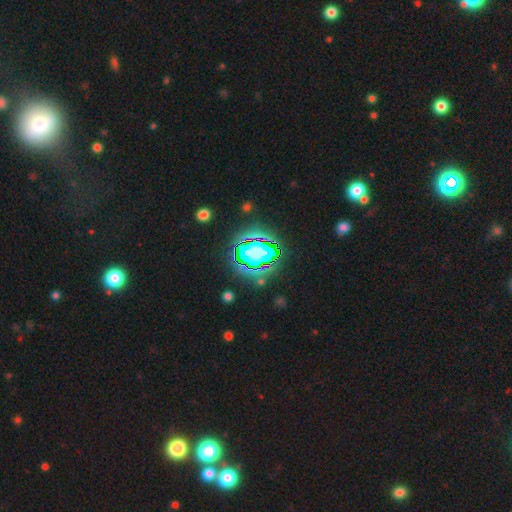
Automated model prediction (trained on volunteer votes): Smooth or featured: star or artifact — 77% (smooth — 14%)